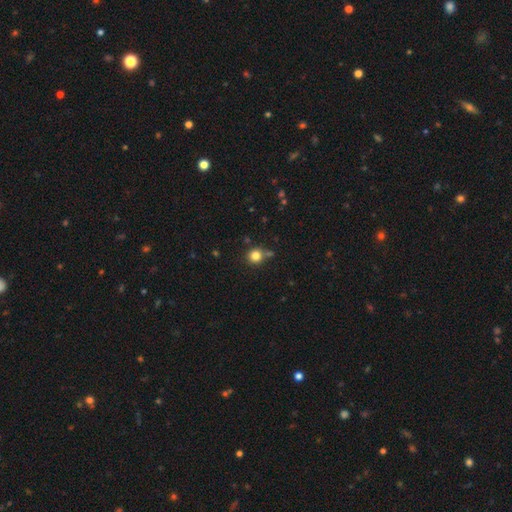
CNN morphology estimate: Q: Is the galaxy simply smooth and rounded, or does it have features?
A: smooth — 82%.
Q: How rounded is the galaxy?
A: round — 91%.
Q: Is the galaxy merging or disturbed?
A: none — 75%.